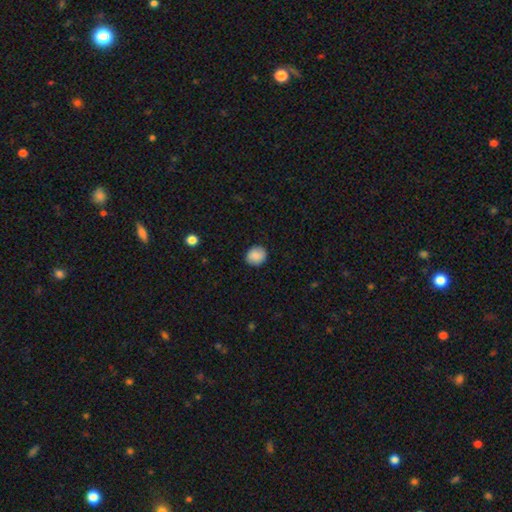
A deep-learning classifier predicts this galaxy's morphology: This is clearly a smooth galaxy (86%). How rounded: likely round (78%). Merging: clearly none (88%).